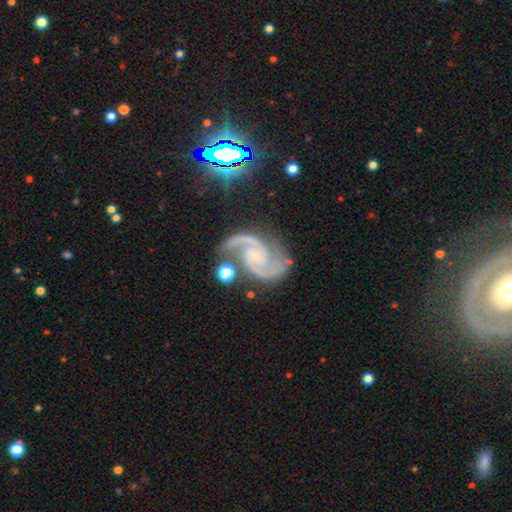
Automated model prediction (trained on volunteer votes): The model was most divided on "bar": no: 60%, weak: 31%, strong: 9%. More confident: spiral arms — yes (99%); edge-on disk — no (98%); spiral arm count — 2 (94%); smooth or featured — featured or disk (92%); merging — none (72%); bulge size — small (71%); spiral winding — medium (63%).